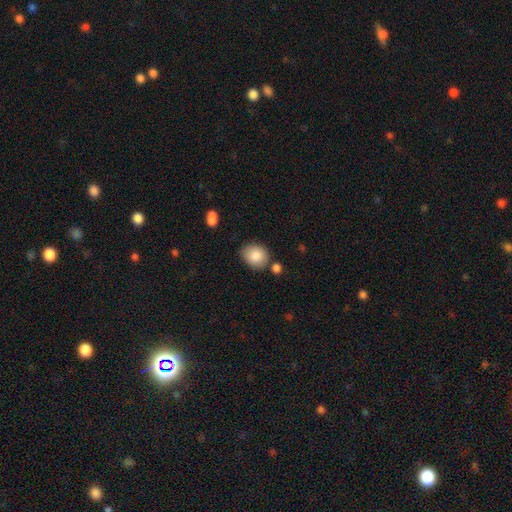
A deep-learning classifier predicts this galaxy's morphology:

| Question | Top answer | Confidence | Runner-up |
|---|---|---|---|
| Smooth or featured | smooth | 85% | star or artifact (7%) |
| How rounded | round | 59% | in between (40%) |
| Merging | none | 71% | minor disturbance (16%) |